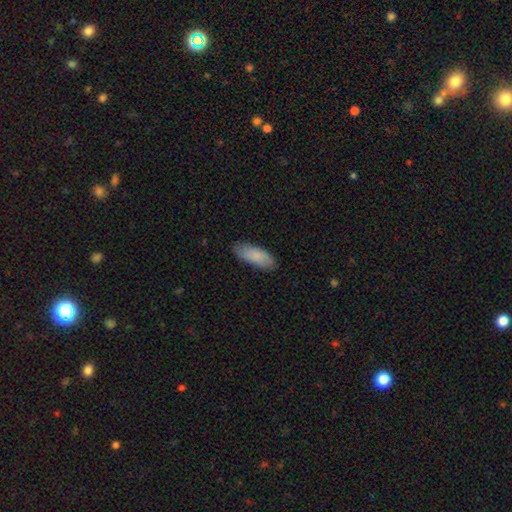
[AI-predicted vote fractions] The model was most divided on "how rounded": in between: 74%, cigar-shaped: 25%, round: 2%. More confident: smooth or featured — smooth (86%); merging — none (83%).